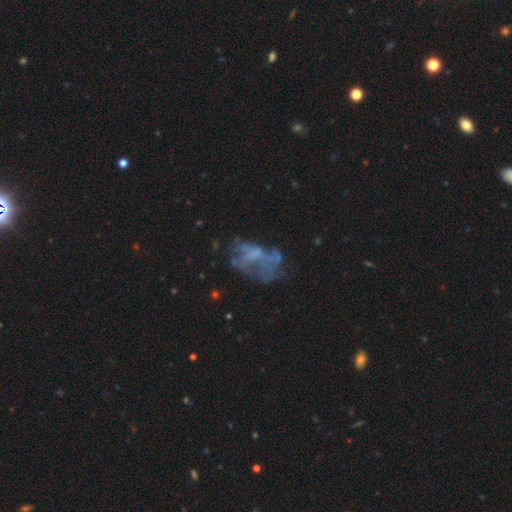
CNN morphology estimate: This appears to be a featured or disk galaxy (57%) with no bar (85%), no spiral arms (87%) and no central bulge (71%). Merging: none (39%).